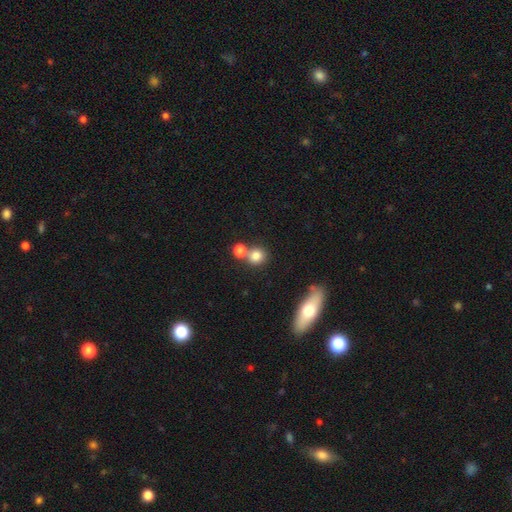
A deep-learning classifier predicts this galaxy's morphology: type=smooth (79%); roundness=round (84%); merging=none (55%).